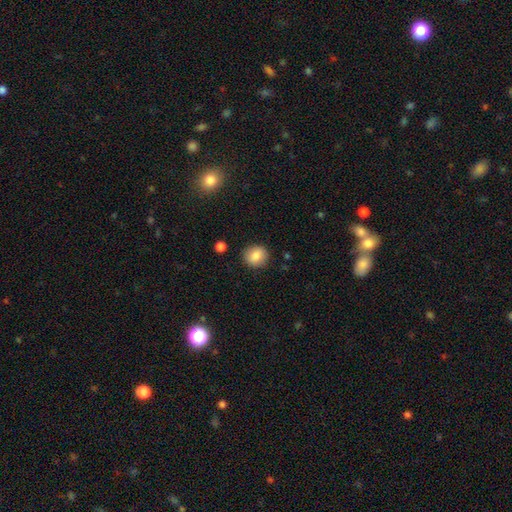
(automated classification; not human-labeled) This is clearly a smooth galaxy (85%). How rounded: clearly round (85%). Merging: clearly none (89%).